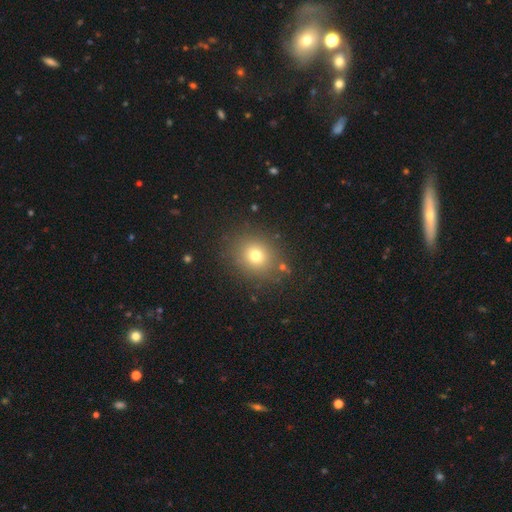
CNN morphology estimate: Smooth or featured?
  - smooth: 73% *
  - star or artifact: 17%
  - featured or disk: 10%
How rounded?
  - round: 77% *
  - in between: 22%
  - cigar-shaped: 1%
Merging?
  - none: 86% *
  - minor disturbance: 8%
  - major disturbance: 4%
  - merger: 2%